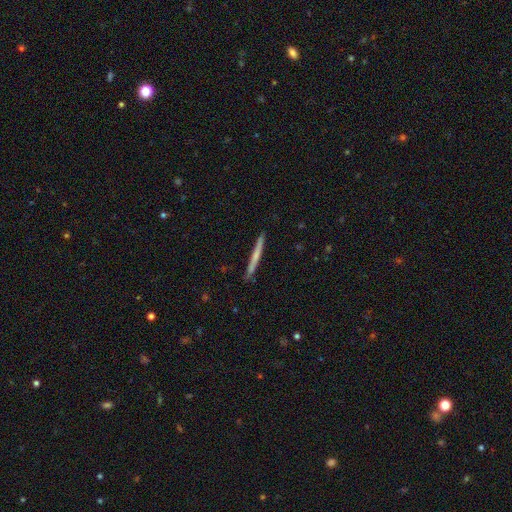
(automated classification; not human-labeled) A smooth galaxy with no disk features (49%). Merging: none (89%).